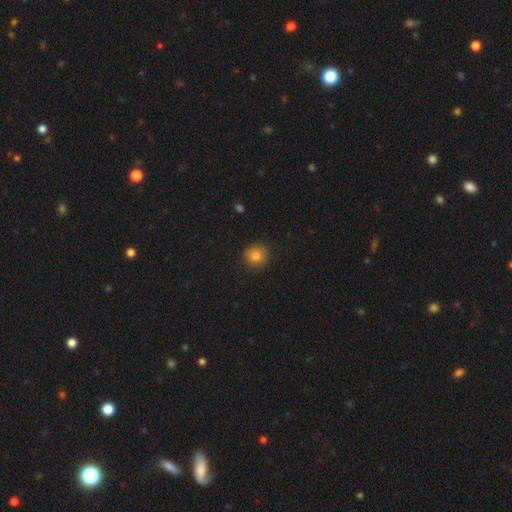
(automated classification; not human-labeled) A smooth galaxy with no disk features (82%) that is round (89%). Merging: none (88%).